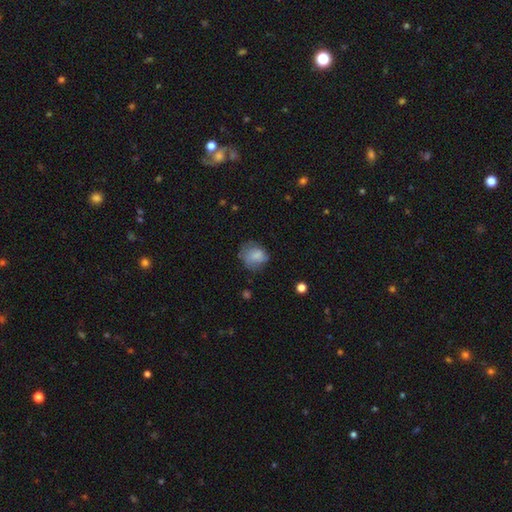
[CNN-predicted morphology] This appears to be a smooth galaxy with no disk features (76%) that is round (62%). Merging: none (52%).